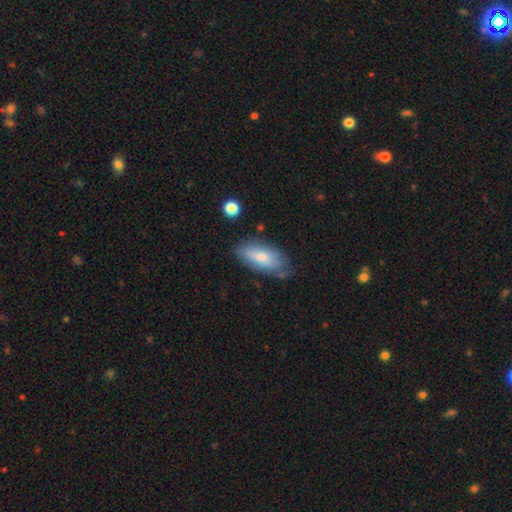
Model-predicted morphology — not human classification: Smooth or featured? Predicted: smooth (p=0.59). How rounded? Predicted: in between (p=0.80). Merging? Predicted: none (p=0.71).